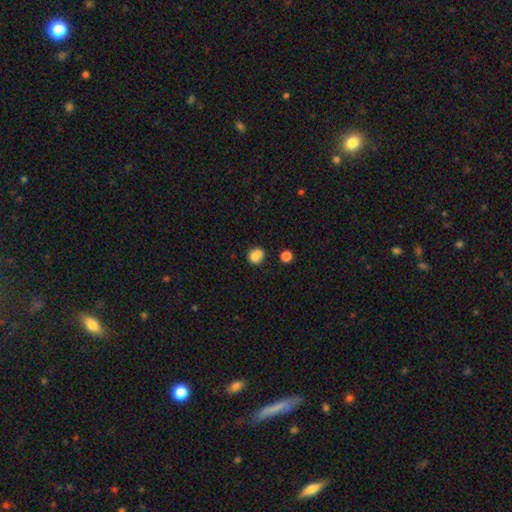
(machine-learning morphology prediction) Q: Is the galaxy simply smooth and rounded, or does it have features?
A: smooth — 78%.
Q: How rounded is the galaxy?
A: round — 74%.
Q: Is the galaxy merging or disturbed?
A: none — 50%.